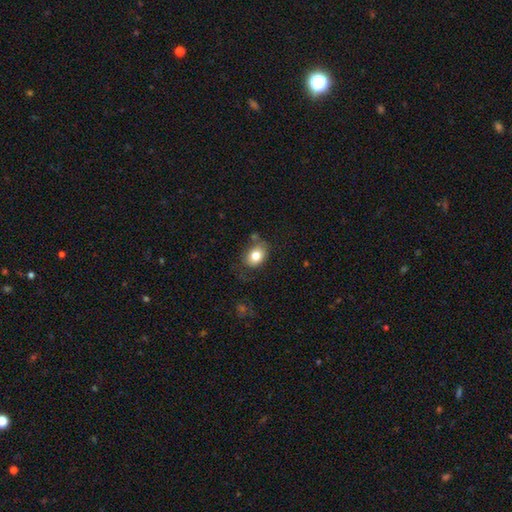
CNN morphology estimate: This appears to be a smooth galaxy with no disk features (79%) that is in between round and cigar-shaped (61%). Merging: none (64%).